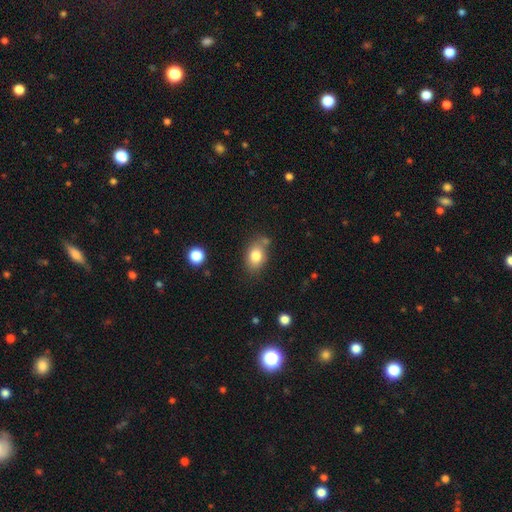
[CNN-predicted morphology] smooth 81%, featured or disk 10%, star or artifact 9%. Down the decision tree: how rounded — in between (76%); merging — none (67%).